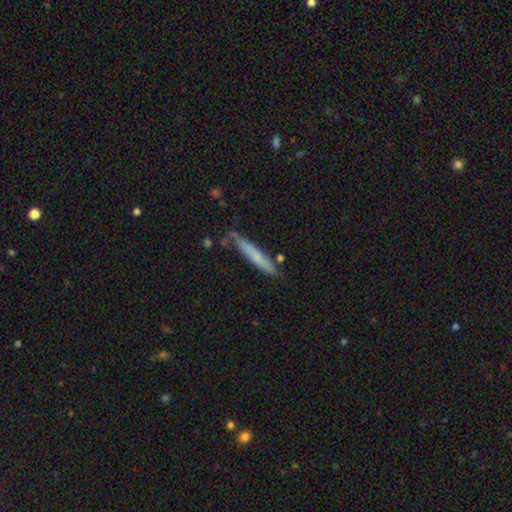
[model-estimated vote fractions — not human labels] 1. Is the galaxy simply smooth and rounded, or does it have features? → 61% smooth, 33% featured or disk, 6% star or artifact.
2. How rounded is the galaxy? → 95% cigar-shaped, 4% in between, 1% round.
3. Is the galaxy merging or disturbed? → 76% none, 17% minor disturbance, 5% merger, 3% major disturbance.